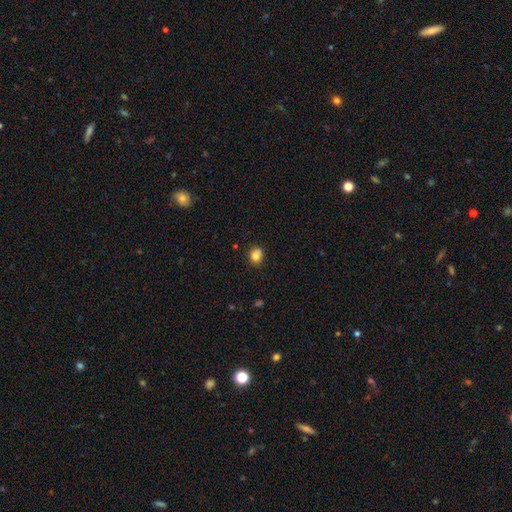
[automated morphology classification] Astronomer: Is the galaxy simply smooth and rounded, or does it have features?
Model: smooth — 80%.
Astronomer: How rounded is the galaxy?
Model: round — 78%.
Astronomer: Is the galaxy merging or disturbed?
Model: none — 66%.